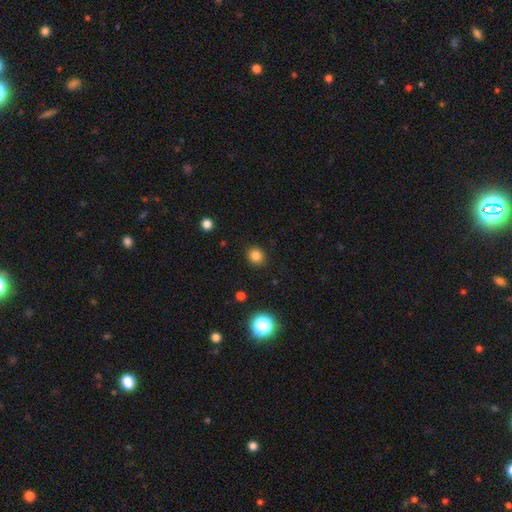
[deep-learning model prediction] A smooth galaxy with no disk features (82%) that is round (82%).

Vote fractions:
- Smooth or featured? smooth: 82% / star or artifact: 13% / featured or disk: 5%
- How rounded? round: 82% / in between: 17% / cigar-shaped: 1%
- Merging? none: 90% / minor disturbance: 7% / major disturbance: 2% / merger: 1%